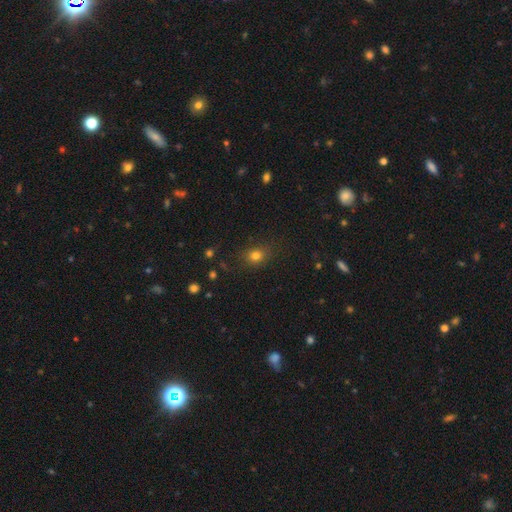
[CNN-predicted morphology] smooth_or_featured: smooth (p=0.78) [alt: star or artifact p=0.15]
how_rounded: round (p=0.56) [alt: in between p=0.42]
merging: none (p=0.81) [alt: minor disturbance p=0.13]